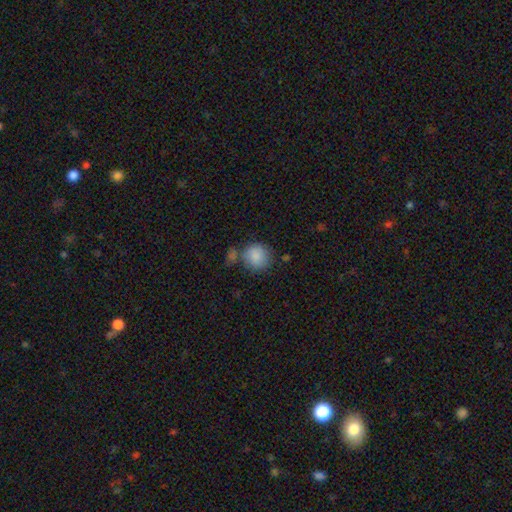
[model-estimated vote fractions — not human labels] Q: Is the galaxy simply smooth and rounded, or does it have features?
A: smooth — 87%.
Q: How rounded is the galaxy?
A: round — 87%.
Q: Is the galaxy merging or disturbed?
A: none — 63%.